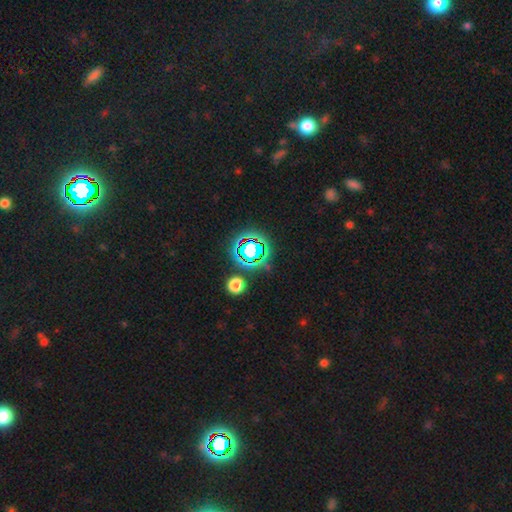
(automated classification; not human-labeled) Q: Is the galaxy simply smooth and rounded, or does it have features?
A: star or artifact — 76%.